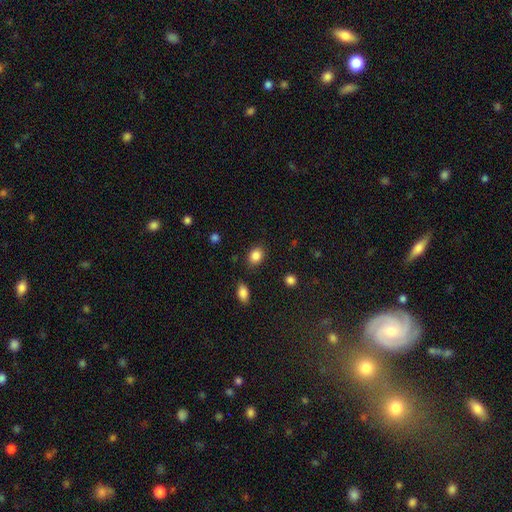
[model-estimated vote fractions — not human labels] This is clearly a smooth galaxy (86%). How rounded: likely in between (65%). Merging: clearly none (83%).